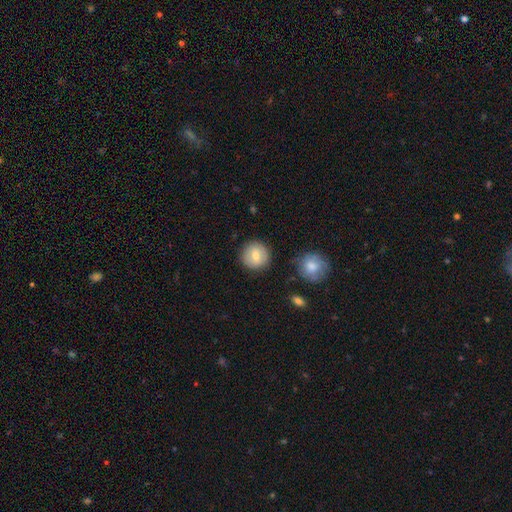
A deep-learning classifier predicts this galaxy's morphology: A smooth galaxy with no disk features (74%) that is round (93%).

Vote fractions:
- Smooth or featured? smooth: 74% / featured or disk: 18% / star or artifact: 7%
- How rounded? round: 93% / in between: 6% / cigar-shaped: 1%
- Merging? none: 86% / minor disturbance: 8% / merger: 3% / major disturbance: 2%